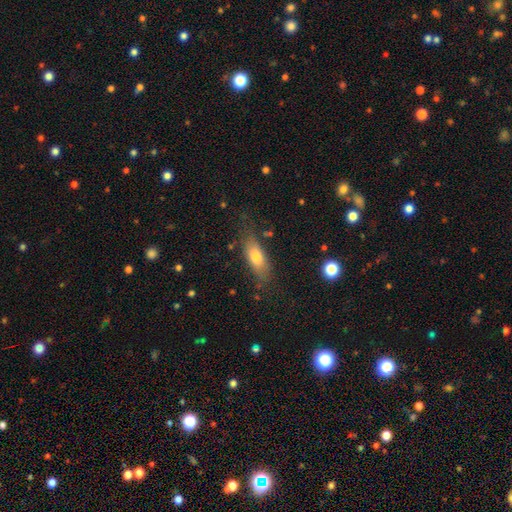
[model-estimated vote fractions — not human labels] smooth-or-featured: smooth: 73% | featured or disk: 20% | star or artifact: 7%
  how-rounded: in between: 71% | cigar-shaped: 26% | round: 4%
  merging: none: 71% | minor disturbance: 20% | major disturbance: 7% | merger: 3%